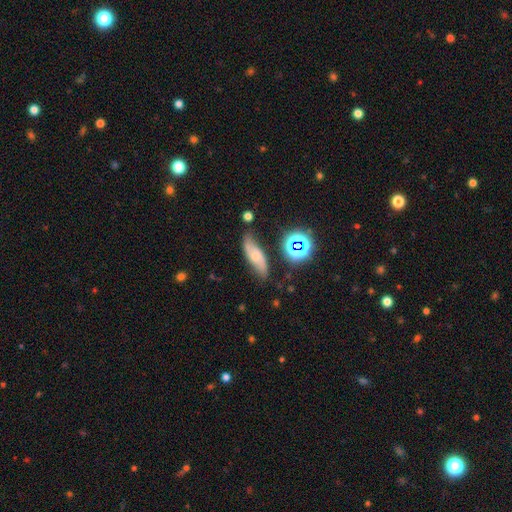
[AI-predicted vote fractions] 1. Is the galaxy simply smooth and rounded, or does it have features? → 47% featured or disk, 40% smooth, 13% star or artifact.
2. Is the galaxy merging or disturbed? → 66% none, 24% minor disturbance, 7% major disturbance, 4% merger.